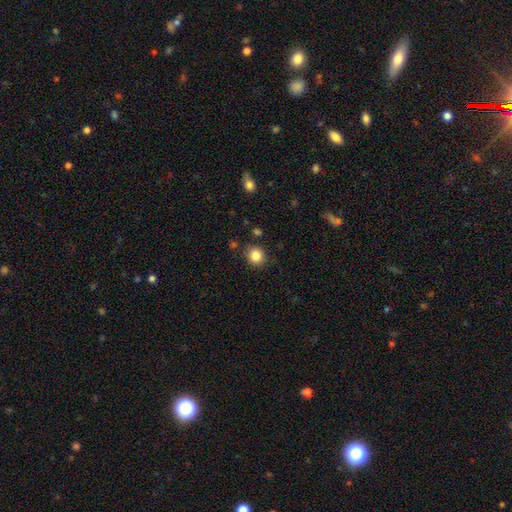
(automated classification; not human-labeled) Smooth or featured?
  - smooth: 85% *
  - star or artifact: 11%
  - featured or disk: 4%
How rounded?
  - round: 87% *
  - in between: 12%
  - cigar-shaped: 1%
Merging?
  - none: 86% *
  - minor disturbance: 9%
  - major disturbance: 3%
  - merger: 2%